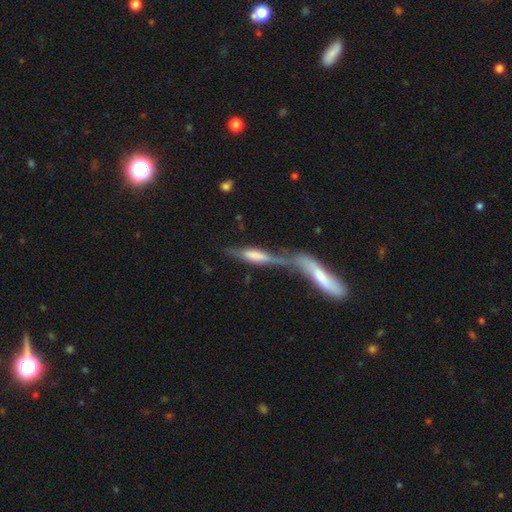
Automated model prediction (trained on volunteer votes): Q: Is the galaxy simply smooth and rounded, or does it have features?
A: smooth — 48%.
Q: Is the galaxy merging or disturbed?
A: merger — 65%.